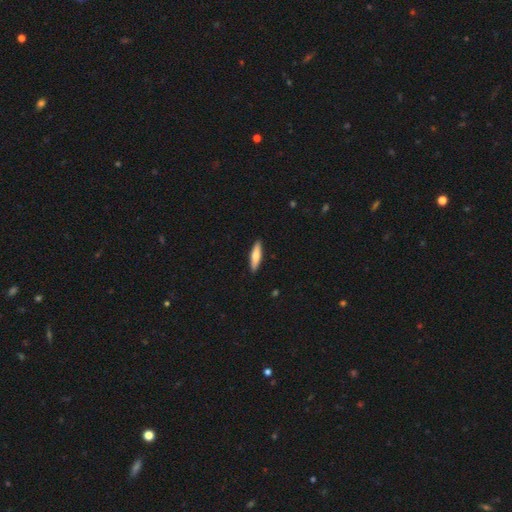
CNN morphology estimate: smooth 68%, featured or disk 26%, star or artifact 5%. Down the decision tree: how rounded — cigar-shaped (76%); merging — none (90%).